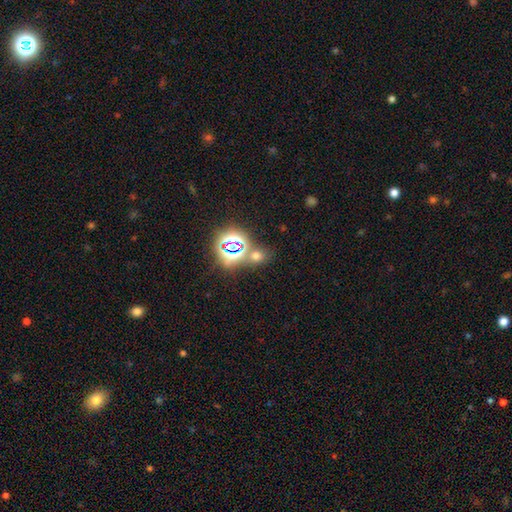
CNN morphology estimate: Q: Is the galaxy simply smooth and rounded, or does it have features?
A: smooth — 49%.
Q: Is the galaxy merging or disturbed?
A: none — 70%.